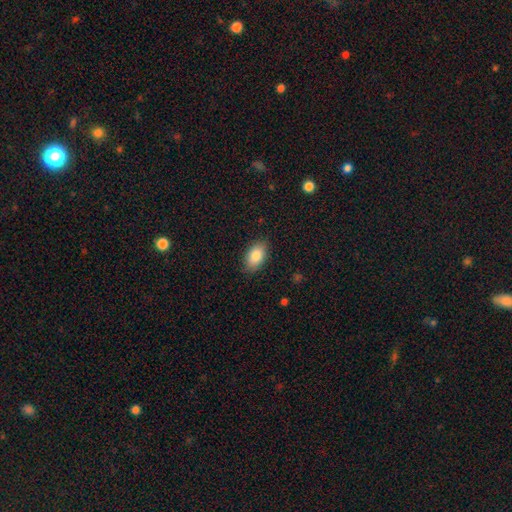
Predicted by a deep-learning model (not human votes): This appears to be a smooth galaxy with no disk features (84%) that is in between round and cigar-shaped (93%). Merging: none (87%).